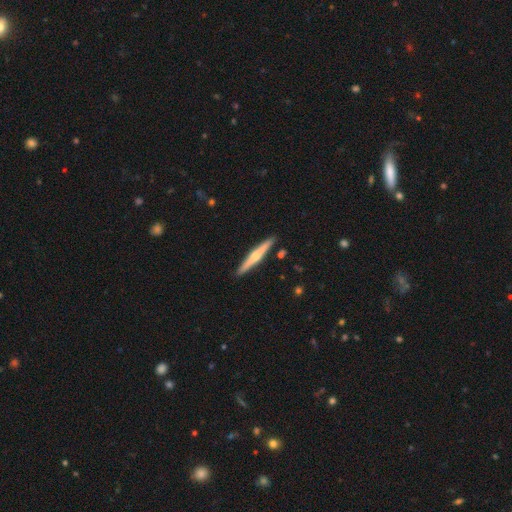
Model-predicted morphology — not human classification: This appears to be a featured or disk galaxy (63%) viewed edge-on (98%) with a rounded central bulge (86%). Merging: none (91%).